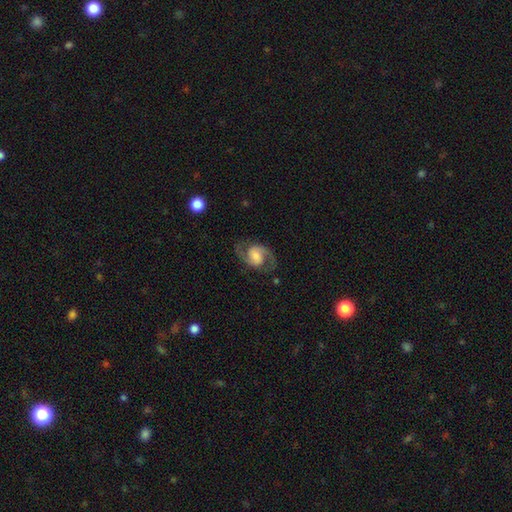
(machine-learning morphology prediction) Q: Smooth or featured?
A: featured or disk (86%); runner-up: smooth (9%)
Q: Edge-on disk?
A: no (98%); runner-up: yes (2%)
Q: Bar?
A: no (43%); tied with: weak (43%)
Q: Spiral arms?
A: yes (96%); runner-up: no (4%)
Q: Spiral winding?
A: medium (60%); runner-up: loose (23%)
Q: Spiral arm count?
A: 2 (93%); runner-up: can't tell (2%)
Q: Bulge size?
A: moderate (41%); runner-up: small (29%)
Q: Merging?
A: none (80%); runner-up: minor disturbance (12%)